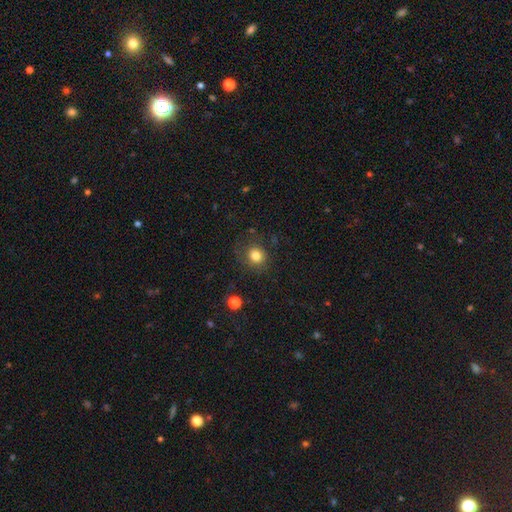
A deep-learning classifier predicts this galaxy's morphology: smooth 81%, star or artifact 12%, featured or disk 7%. Down the decision tree: how rounded — round (82%); merging — none (80%).